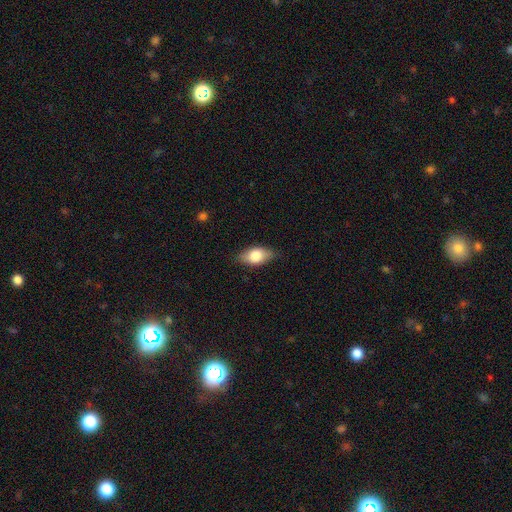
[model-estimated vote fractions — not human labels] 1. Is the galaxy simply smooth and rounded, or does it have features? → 75% smooth, 18% featured or disk, 7% star or artifact.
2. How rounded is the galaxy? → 88% in between, 7% round, 6% cigar-shaped.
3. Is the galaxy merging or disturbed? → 80% none, 16% minor disturbance, 3% major disturbance, 1% merger.